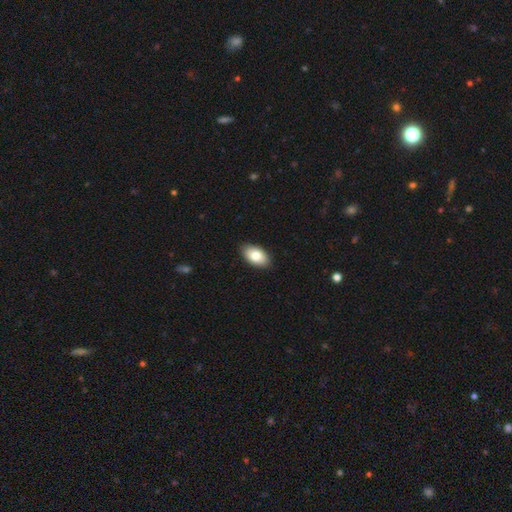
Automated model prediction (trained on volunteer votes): Smooth or featured? Predicted: smooth (p=0.82). How rounded? Predicted: in between (p=0.94). Merging? Predicted: none (p=0.88).